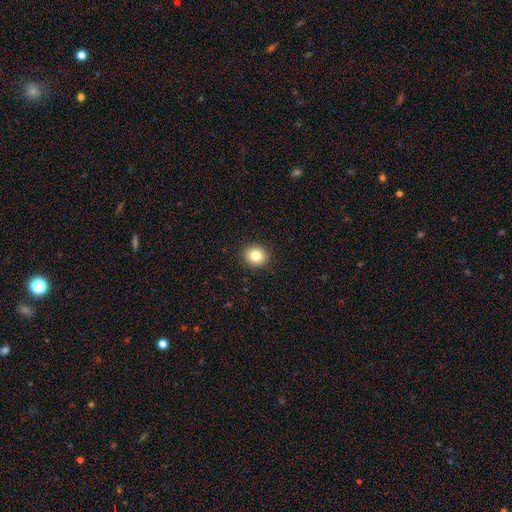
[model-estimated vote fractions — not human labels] This appears to be a smooth galaxy with no disk features (82%) that is round (84%). Merging: none (92%).